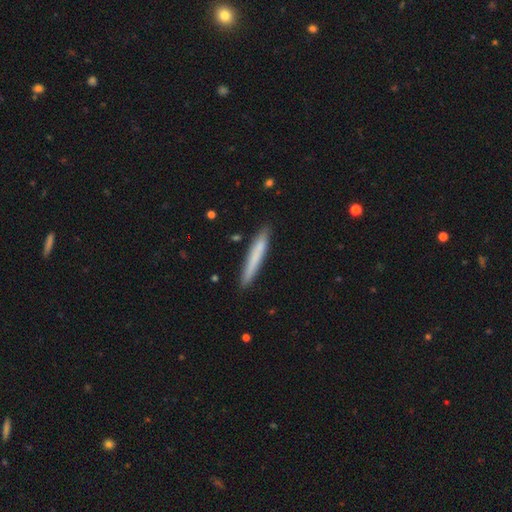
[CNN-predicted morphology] Overall: smooth (71%). How rounded: cigar-shaped (96%). Merging: none (88%).